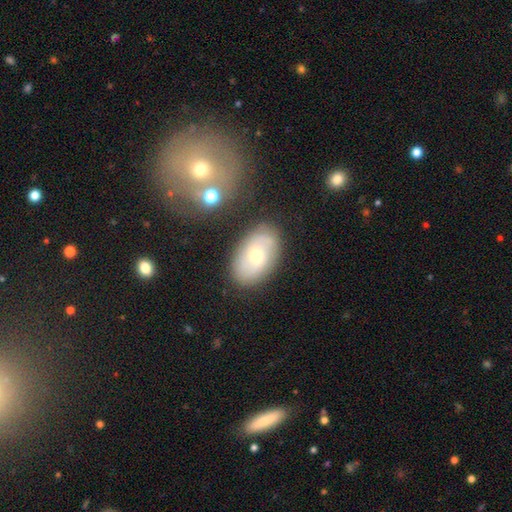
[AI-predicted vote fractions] Smooth or featured? featured or disk (46%)
Merging? none (81%)